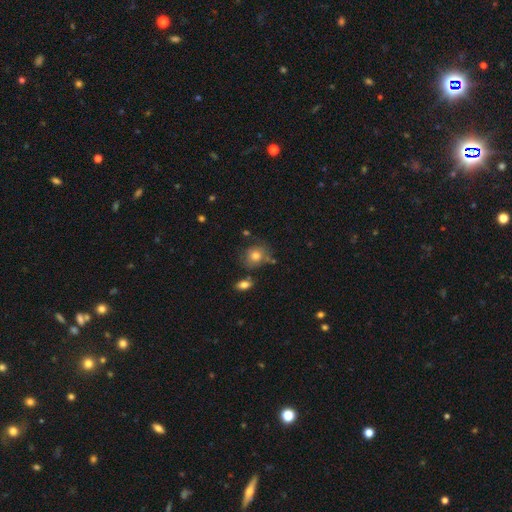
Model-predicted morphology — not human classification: smooth 75%, featured or disk 15%, star or artifact 10%. Down the decision tree: how rounded — round (75%); merging — none (65%).